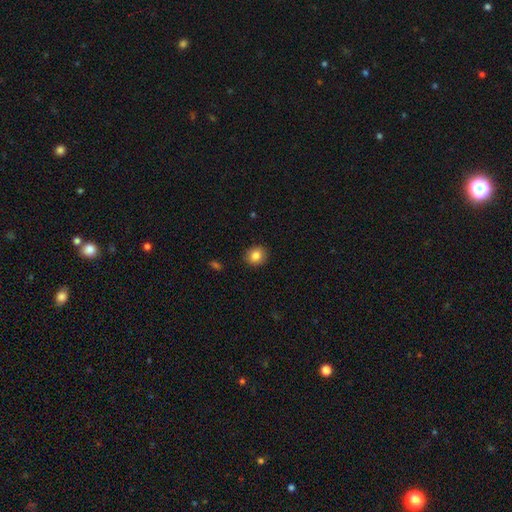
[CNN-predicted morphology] A smooth galaxy with no disk features (84%) that is round (71%). Merging: none (90%).